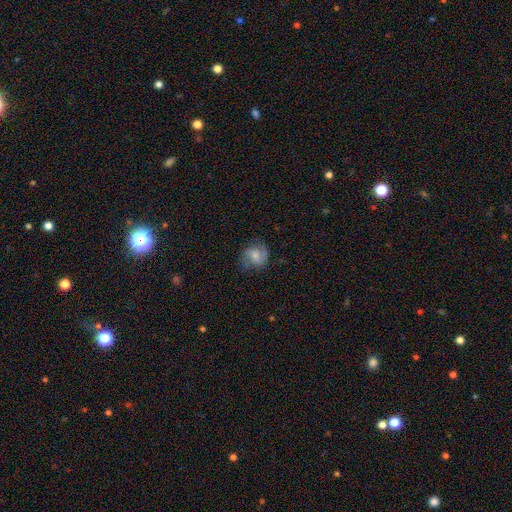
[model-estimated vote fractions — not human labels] Smooth or featured: featured or disk — 51% (smooth — 41%)
Edge-on disk: no — 97% (yes — 3%)
Merging: none — 67% (minor disturbance — 22%)